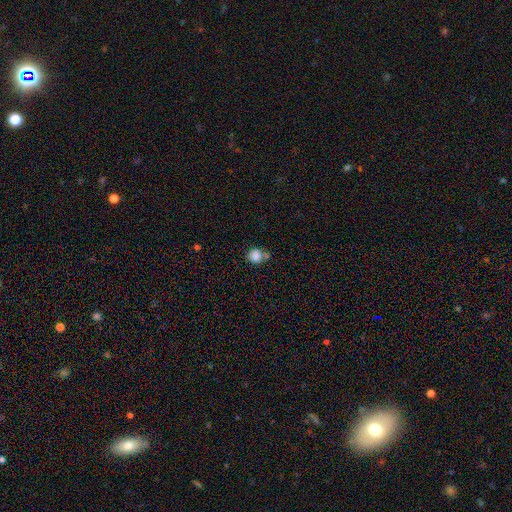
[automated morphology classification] This is clearly a smooth galaxy (84%). How rounded: clearly round (81%). Merging: possibly none (57%).